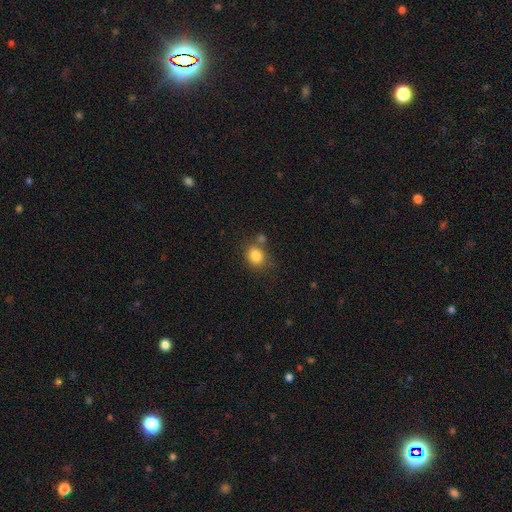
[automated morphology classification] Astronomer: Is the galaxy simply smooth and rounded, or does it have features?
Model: smooth — 83%.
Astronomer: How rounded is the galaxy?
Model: round — 69%.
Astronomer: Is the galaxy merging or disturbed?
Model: none — 63%.